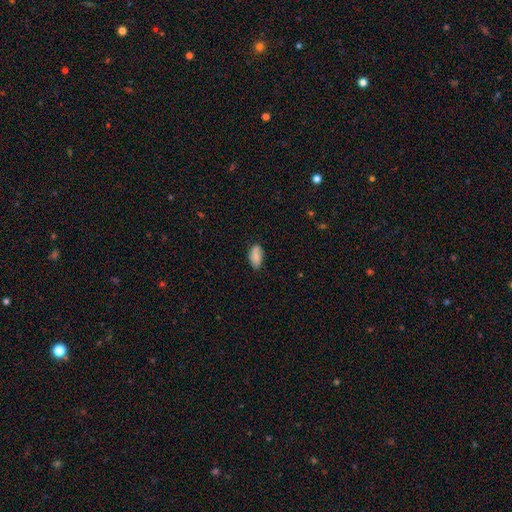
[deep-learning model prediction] Q: Smooth or featured?
A: smooth (79%); runner-up: featured or disk (14%)
Q: How rounded?
A: in between (93%); runner-up: round (4%)
Q: Merging?
A: none (75%); runner-up: minor disturbance (20%)